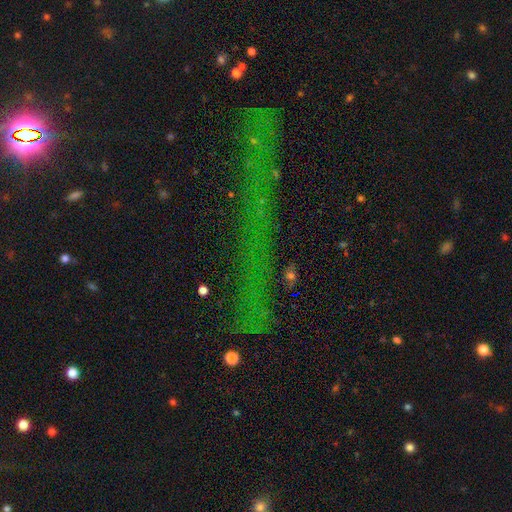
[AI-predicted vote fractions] A star or artifact, not a galaxy (75%).